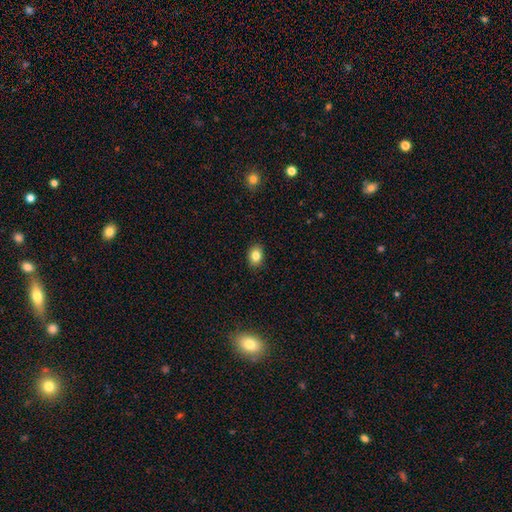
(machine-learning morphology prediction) The model was most divided on "how rounded": in between: 71%, round: 28%, cigar-shaped: 1%. More confident: merging — none (89%); smooth or featured — smooth (84%).